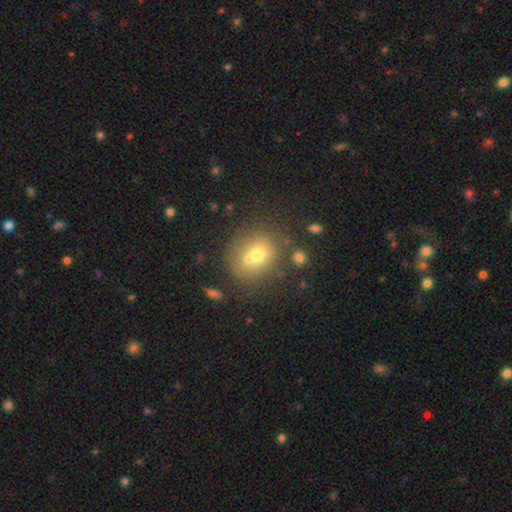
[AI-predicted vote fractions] Morphology: type=smooth (65%); roundness=round (57%); merging=none (57%).